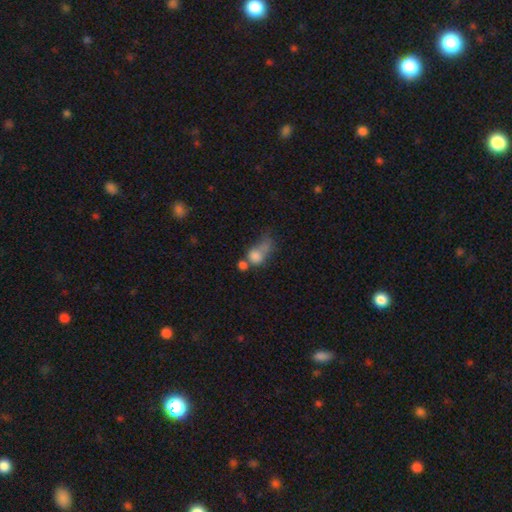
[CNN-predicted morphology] smooth_or_featured: smooth (p=0.71) [alt: featured or disk p=0.17]
how_rounded: in between (p=0.51) [alt: round p=0.46]
merging: merger (p=0.44) [alt: major disturbance p=0.24]